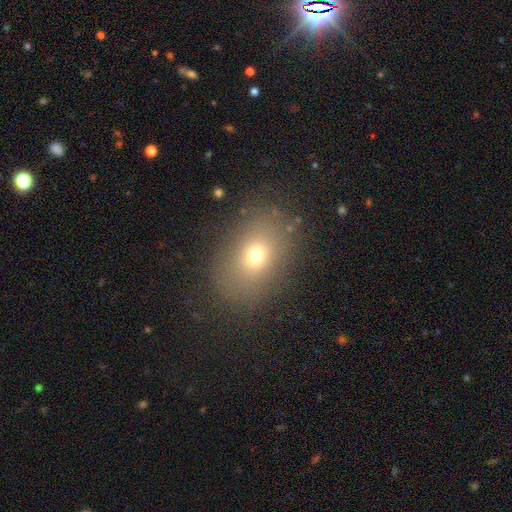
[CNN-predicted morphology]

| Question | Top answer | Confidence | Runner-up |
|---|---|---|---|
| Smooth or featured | smooth | 68% | star or artifact (17%) |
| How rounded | in between | 67% | round (32%) |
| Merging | none | 82% | minor disturbance (11%) |